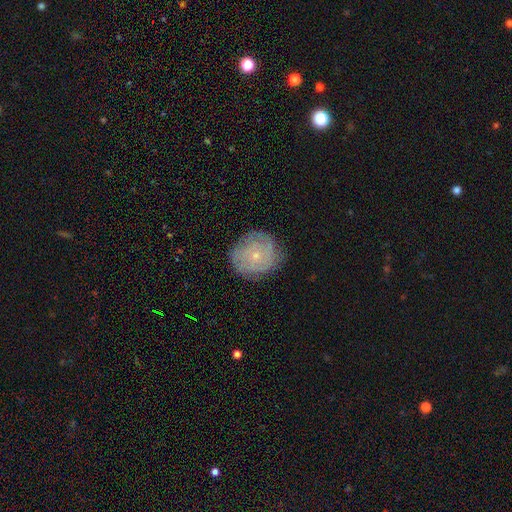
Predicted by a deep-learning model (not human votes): Smooth or featured? featured or disk (67%)
Edge-on disk? no (97%)
Bar? no (84%)
Spiral arms? yes (87%)
Spiral winding? tight (76%)
Spiral arm count? can't tell (45%)
Bulge size? small (79%)
Merging? none (79%)